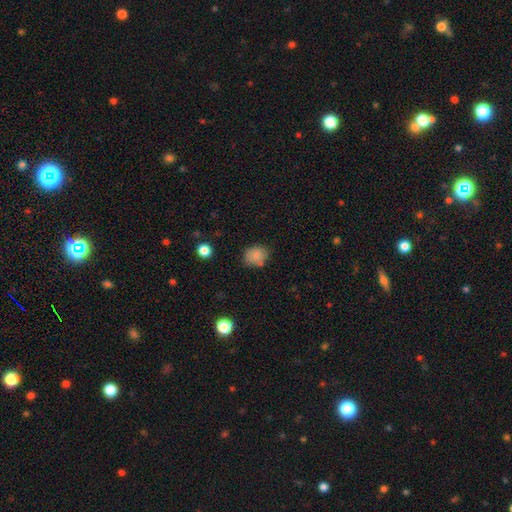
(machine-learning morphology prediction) Smooth or featured? smooth (82%)
How rounded? round (50%)
Merging? none (71%)